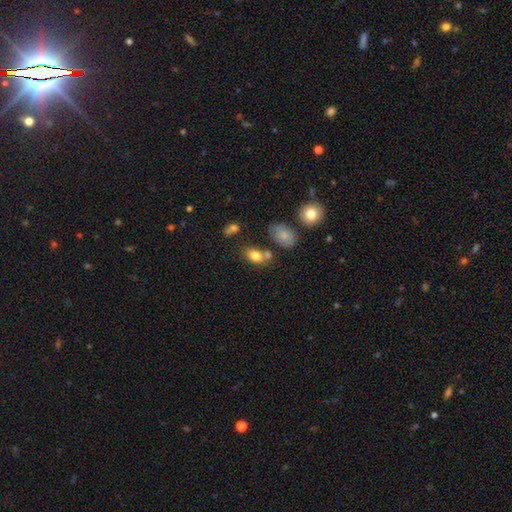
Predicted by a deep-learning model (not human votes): smooth_or_featured: smooth (p=0.80) [alt: featured or disk p=0.10]
how_rounded: in between (p=0.82) [alt: round p=0.16]
merging: none (p=0.54) [alt: merger p=0.24]